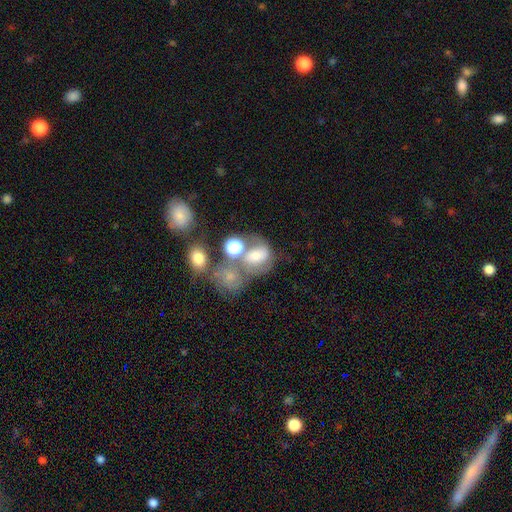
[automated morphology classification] Q: Smooth or featured?
A: smooth (48%); runner-up: featured or disk (35%)
Q: Merging?
A: merger (39%); runner-up: none (30%)